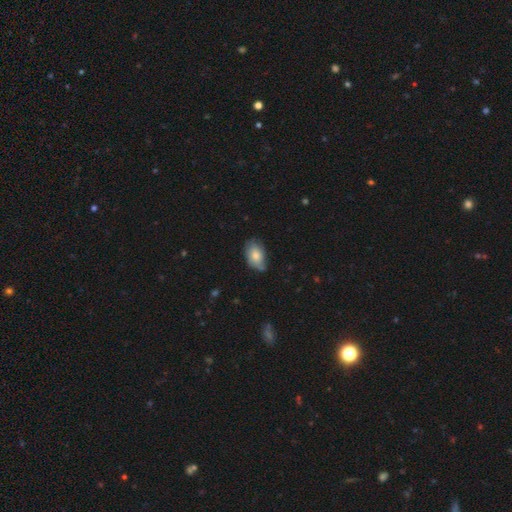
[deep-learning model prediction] Smooth or featured? smooth (73%)
How rounded? in between (91%)
Merging? none (58%)